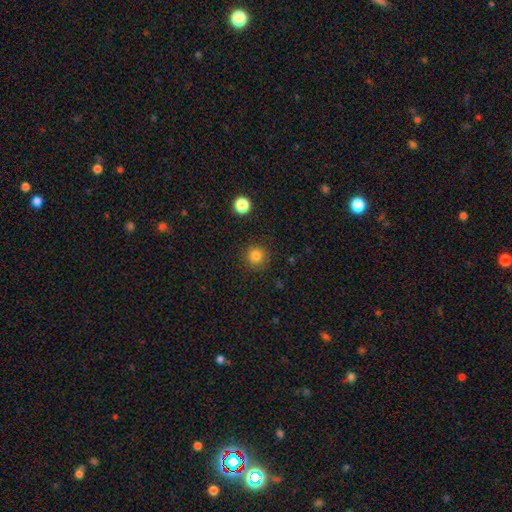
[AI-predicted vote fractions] Morphology: type=smooth (83%); roundness=round (94%); merging=none (88%).